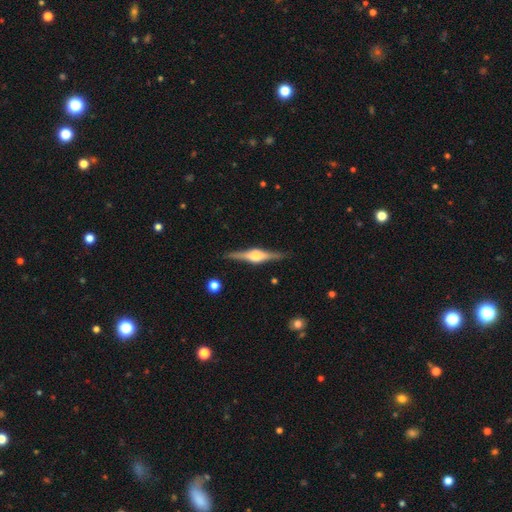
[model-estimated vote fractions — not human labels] The model was most divided on "smooth or featured": featured or disk: 83%, smooth: 12%, star or artifact: 5%. More confident: edge-on disk — yes (98%); merging — none (90%); edge-on bulge — rounded (87%).